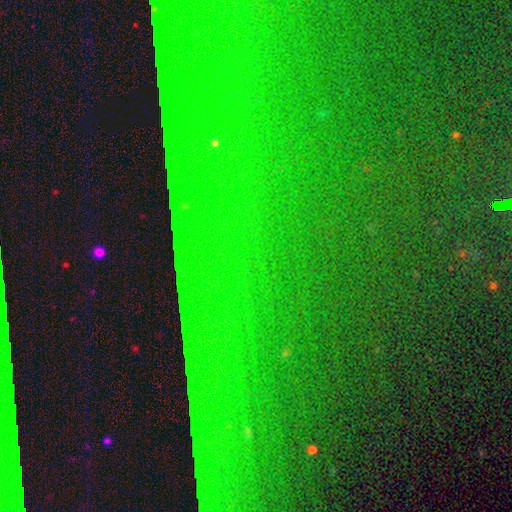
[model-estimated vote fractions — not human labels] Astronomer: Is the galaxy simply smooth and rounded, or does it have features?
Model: star or artifact — 86%.